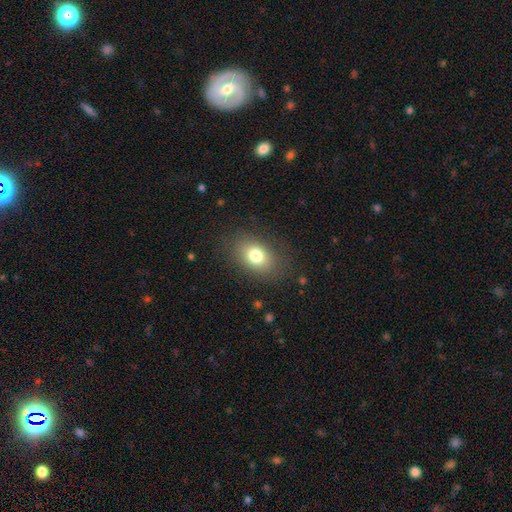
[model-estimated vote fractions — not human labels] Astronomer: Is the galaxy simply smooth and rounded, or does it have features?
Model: smooth — 78%.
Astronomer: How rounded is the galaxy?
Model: in between — 77%.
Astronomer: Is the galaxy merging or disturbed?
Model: none — 82%.